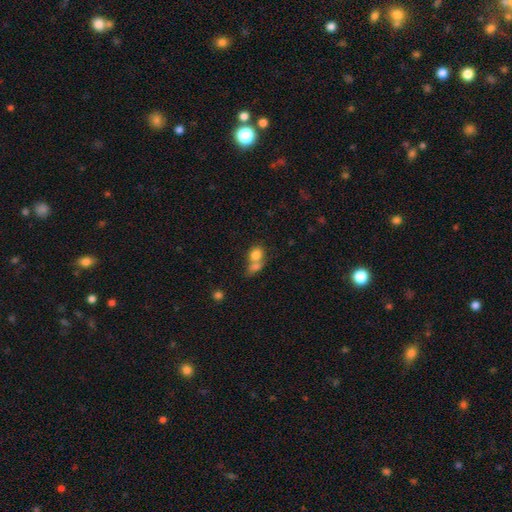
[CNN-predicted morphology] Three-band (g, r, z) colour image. It shows a smooth galaxy with no disk features (79%) that is round (55%). Merging: merger (61%).